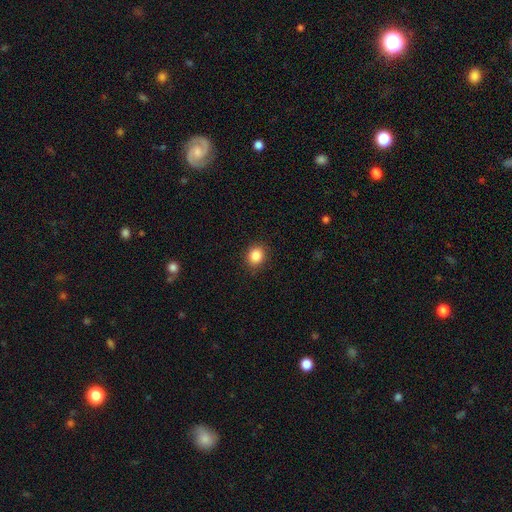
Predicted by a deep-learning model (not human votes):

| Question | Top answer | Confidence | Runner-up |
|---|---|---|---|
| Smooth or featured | smooth | 86% | star or artifact (10%) |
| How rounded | round | 74% | in between (25%) |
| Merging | none | 89% | minor disturbance (8%) |